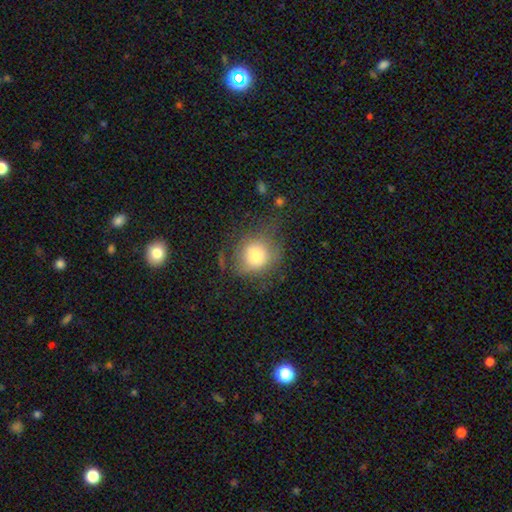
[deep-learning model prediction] smooth-or-featured: smooth: 75% | featured or disk: 15% | star or artifact: 10%
  how-rounded: round: 78% | in between: 21% | cigar-shaped: 1%
  merging: none: 57% | minor disturbance: 24% | major disturbance: 16% | merger: 3%